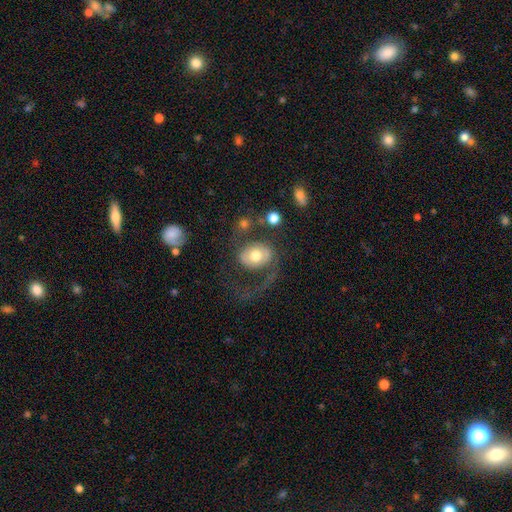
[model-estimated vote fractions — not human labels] Morphology: type=featured or disk (51%); edge-on=no (96%); merging=major disturbance (40%).